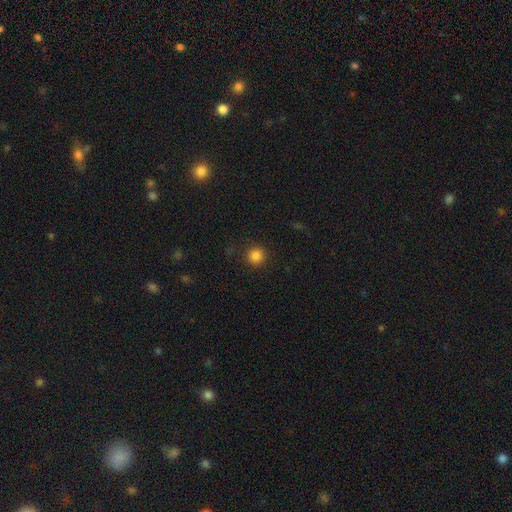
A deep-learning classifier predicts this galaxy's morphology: A smooth galaxy with no disk features (84%) that is round (95%). Merging: none (90%).